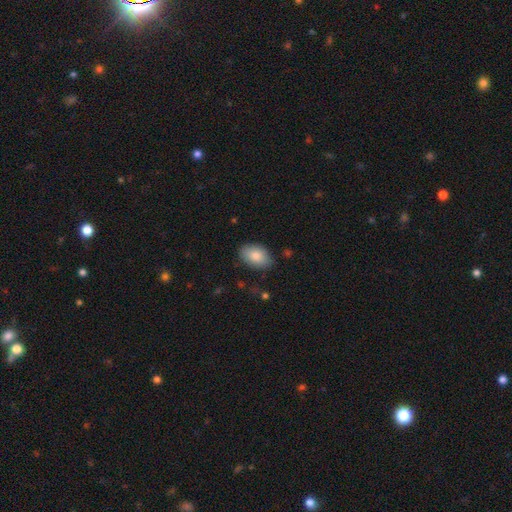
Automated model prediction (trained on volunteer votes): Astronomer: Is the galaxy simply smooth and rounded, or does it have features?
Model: smooth — 85%.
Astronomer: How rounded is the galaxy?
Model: in between — 89%.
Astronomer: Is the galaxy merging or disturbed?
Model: none — 82%.